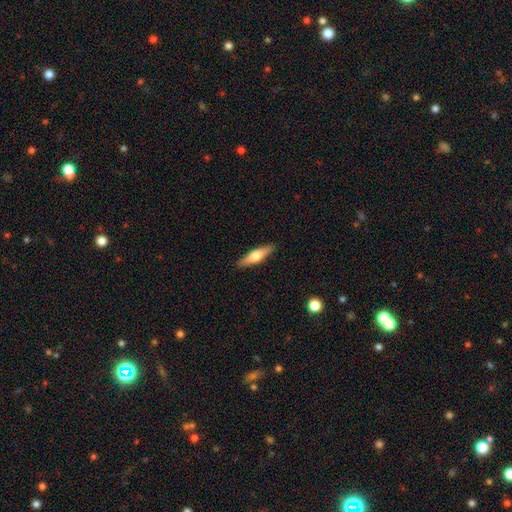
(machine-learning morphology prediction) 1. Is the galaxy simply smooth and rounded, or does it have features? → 48% smooth, 46% featured or disk, 6% star or artifact.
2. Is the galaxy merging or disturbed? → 90% none, 7% minor disturbance, 2% major disturbance, 1% merger.